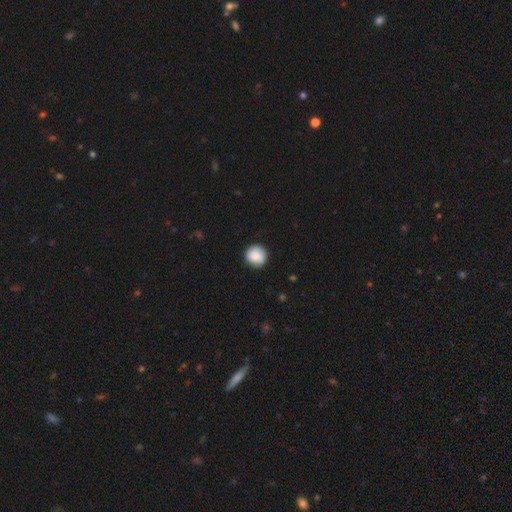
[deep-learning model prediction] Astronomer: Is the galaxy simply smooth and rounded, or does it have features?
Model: smooth — 88%.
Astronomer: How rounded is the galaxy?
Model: round — 94%.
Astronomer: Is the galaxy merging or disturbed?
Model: none — 90%.